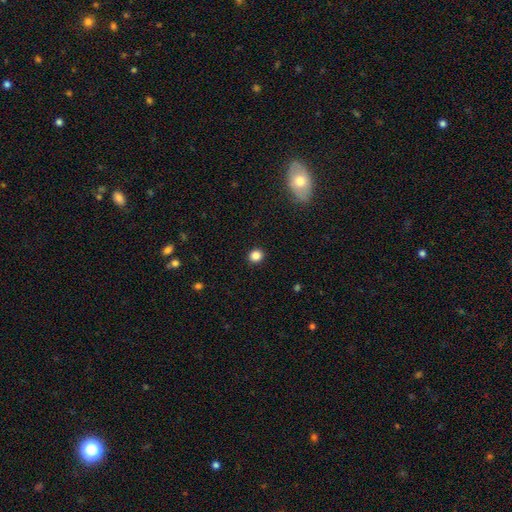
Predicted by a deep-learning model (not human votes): smooth-or-featured: smooth: 85% | star or artifact: 11% | featured or disk: 3%
  how-rounded: round: 83% | in between: 16% | cigar-shaped: 1%
  merging: none: 92% | minor disturbance: 5% | major disturbance: 2% | merger: 1%